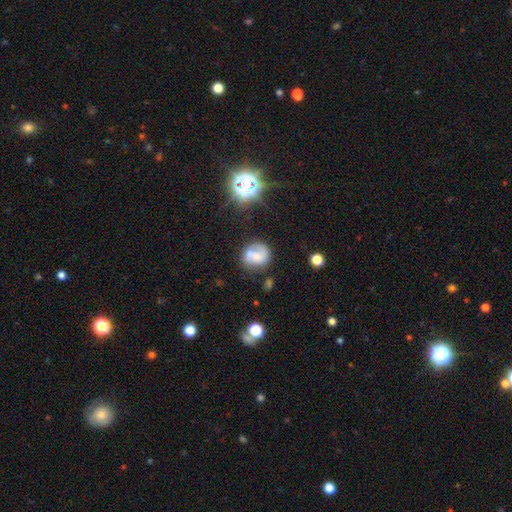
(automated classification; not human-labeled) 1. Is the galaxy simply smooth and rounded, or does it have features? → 47% smooth, 41% featured or disk, 12% star or artifact.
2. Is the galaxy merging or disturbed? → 50% none, 20% merger, 20% minor disturbance, 10% major disturbance.